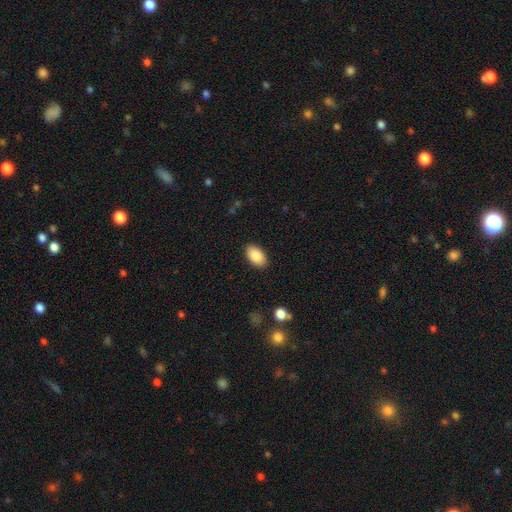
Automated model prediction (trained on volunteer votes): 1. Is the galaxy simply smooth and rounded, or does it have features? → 86% smooth, 7% star or artifact, 7% featured or disk.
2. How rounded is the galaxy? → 93% in between, 5% round, 1% cigar-shaped.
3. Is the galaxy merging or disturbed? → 88% none, 8% minor disturbance, 2% major disturbance, 1% merger.